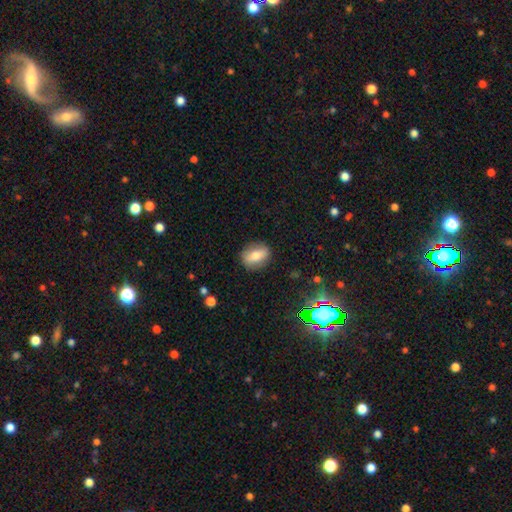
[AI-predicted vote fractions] This appears to be a smooth galaxy with no disk features (64%) that is in between round and cigar-shaped (63%). Merging: none (85%).